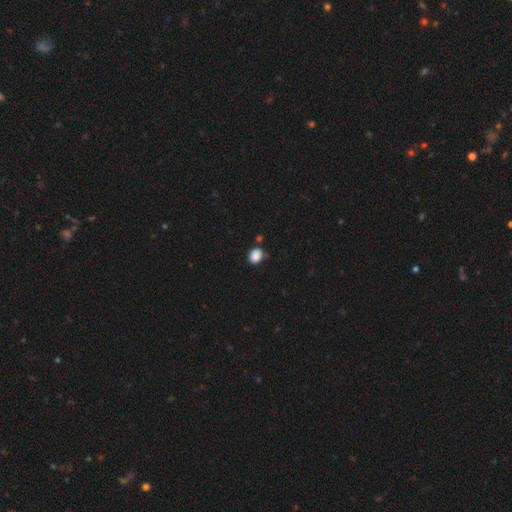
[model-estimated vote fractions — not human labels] Morphology: type=smooth (86%); roundness=round (54%); merging=none (69%).